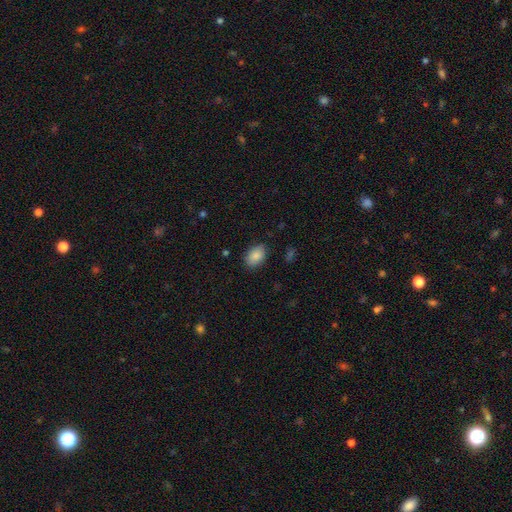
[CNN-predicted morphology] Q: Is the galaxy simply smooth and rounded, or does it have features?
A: smooth — 87%.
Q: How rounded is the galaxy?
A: in between — 87%.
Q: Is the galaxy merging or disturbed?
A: none — 84%.